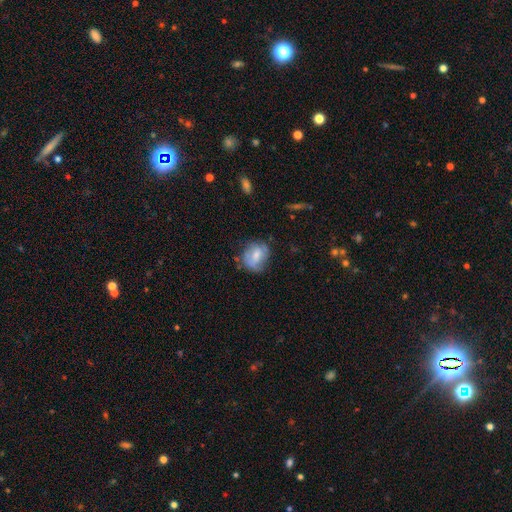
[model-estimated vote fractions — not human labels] Q: Smooth or featured?
A: smooth (61%); runner-up: featured or disk (31%)
Q: How rounded?
A: round (60%); runner-up: in between (39%)
Q: Merging?
A: none (59%); runner-up: minor disturbance (28%)